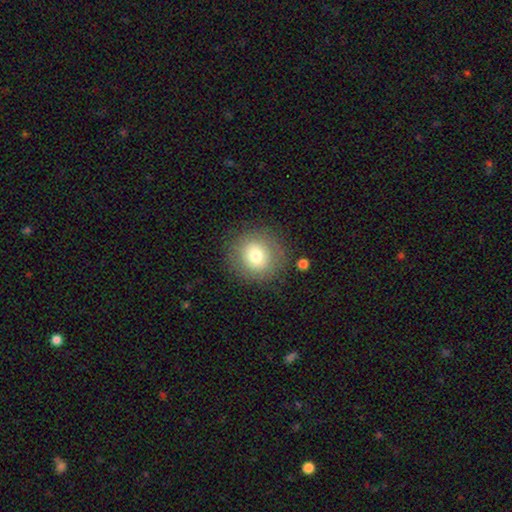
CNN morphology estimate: This is likely a smooth galaxy (76%). How rounded: clearly round (89%). Merging: clearly none (84%).